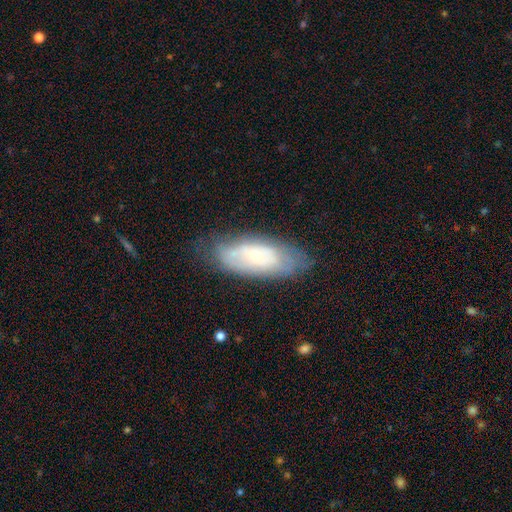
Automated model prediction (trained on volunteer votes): This appears to be a smooth galaxy with no disk features (48%). Merging: none (66%).